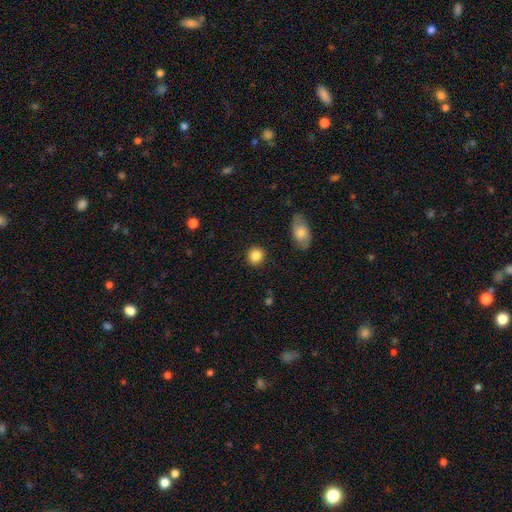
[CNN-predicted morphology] The model was most divided on "how rounded": round: 85%, in between: 14%, cigar-shaped: 1%. More confident: merging — none (89%); smooth or featured — smooth (86%).